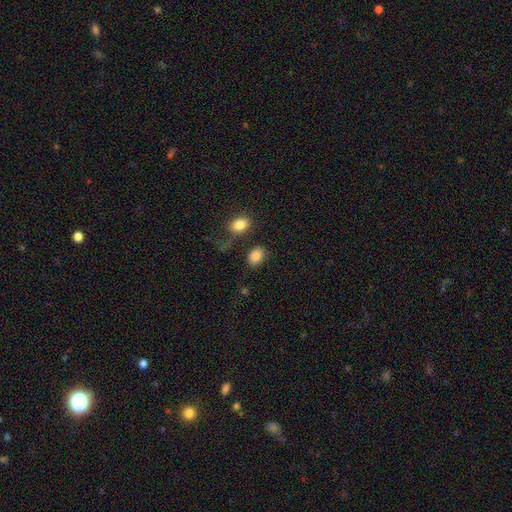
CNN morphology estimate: smooth-or-featured: smooth: 86% | star or artifact: 9% | featured or disk: 5%
  how-rounded: in between: 69% | round: 30% | cigar-shaped: 1%
  merging: none: 70% | minor disturbance: 14% | merger: 9% | major disturbance: 7%